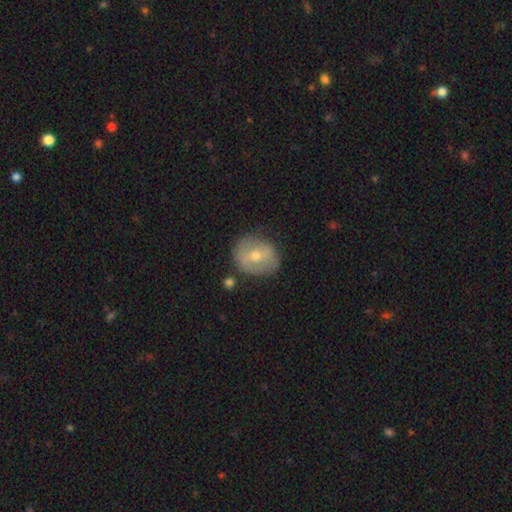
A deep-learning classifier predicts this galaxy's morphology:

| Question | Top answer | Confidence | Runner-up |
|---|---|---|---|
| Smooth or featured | smooth | 51% | featured or disk (41%) |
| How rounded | round | 68% | in between (31%) |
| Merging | none | 76% | minor disturbance (16%) |